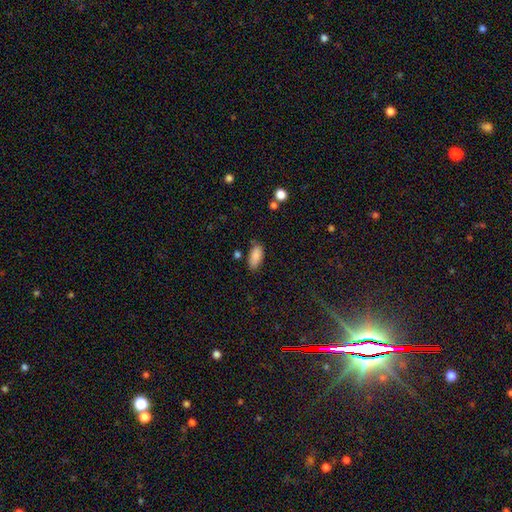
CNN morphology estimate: Smooth or featured: smooth — 86% (star or artifact — 7%)
How rounded: in between — 90% (cigar-shaped — 7%)
Merging: none — 72% (minor disturbance — 19%)